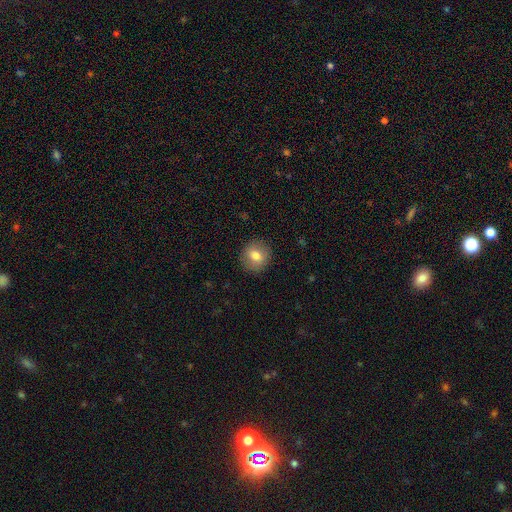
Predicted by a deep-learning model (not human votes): smooth 76%, featured or disk 15%, star or artifact 9%. Down the decision tree: how rounded — round (87%); merging — none (90%).